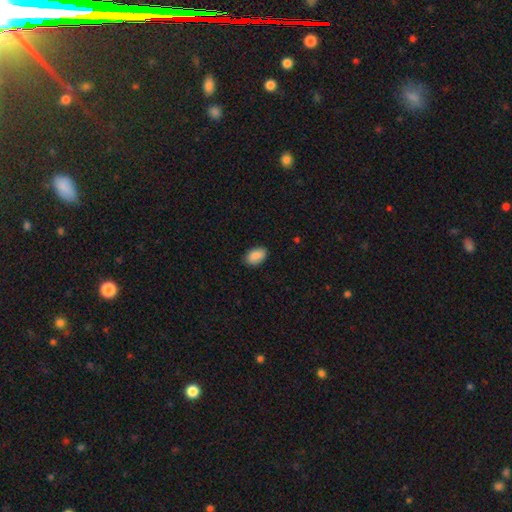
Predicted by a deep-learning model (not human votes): smooth 88%, star or artifact 7%, featured or disk 5%. Down the decision tree: how rounded — in between (90%); merging — none (86%).